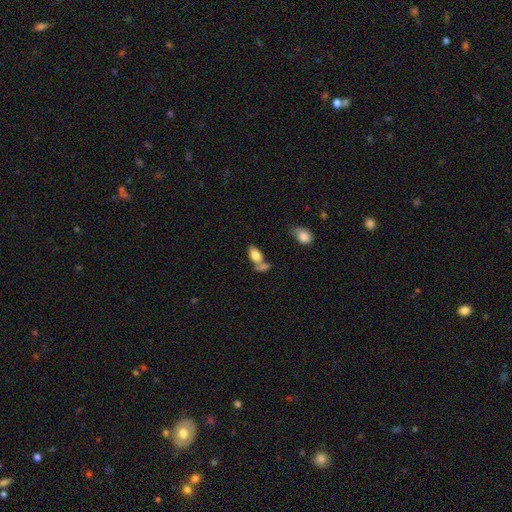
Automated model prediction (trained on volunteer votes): Morphology: type=smooth (80%); roundness=in between (90%); merging=none (41%, tied with merger).